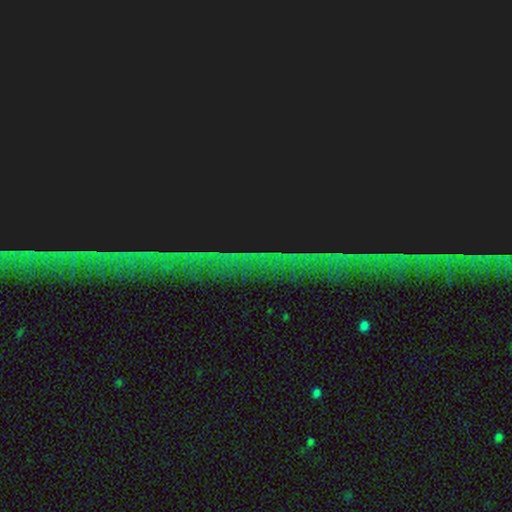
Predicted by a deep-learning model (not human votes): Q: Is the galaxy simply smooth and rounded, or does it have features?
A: star or artifact — 88%.